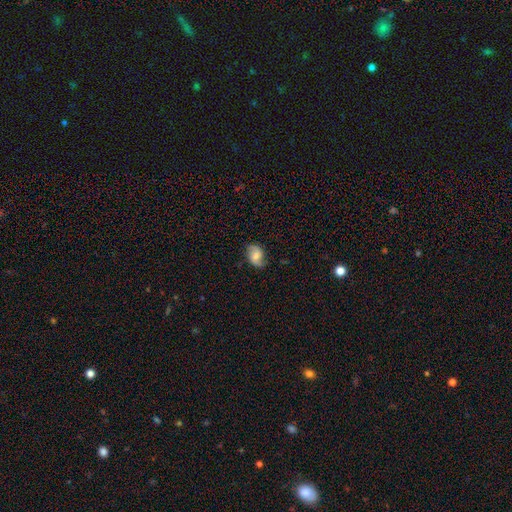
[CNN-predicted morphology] Smooth or featured: featured or disk — 46% (smooth — 45%)
Merging: none — 77% (minor disturbance — 18%)